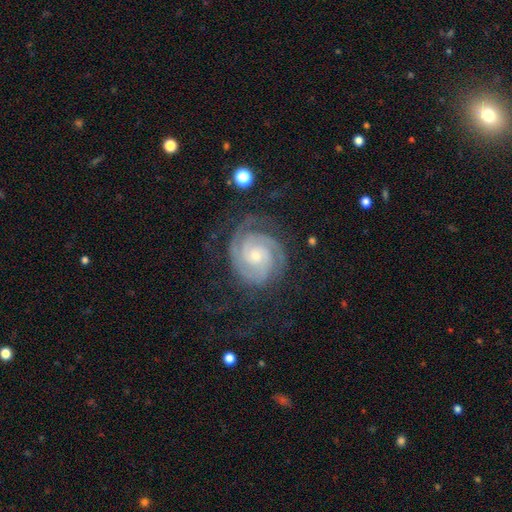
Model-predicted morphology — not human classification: Q: Smooth or featured?
A: featured or disk (91%); runner-up: star or artifact (5%)
Q: Edge-on disk?
A: no (98%); runner-up: yes (2%)
Q: Bar?
A: no (70%); runner-up: weak (23%)
Q: Spiral arms?
A: yes (98%); runner-up: no (2%)
Q: Spiral winding?
A: tight (77%); runner-up: medium (21%)
Q: Spiral arm count?
A: 2 (62%); runner-up: 3 (19%)
Q: Bulge size?
A: small (65%); runner-up: moderate (30%)
Q: Merging?
A: none (73%); runner-up: minor disturbance (17%)